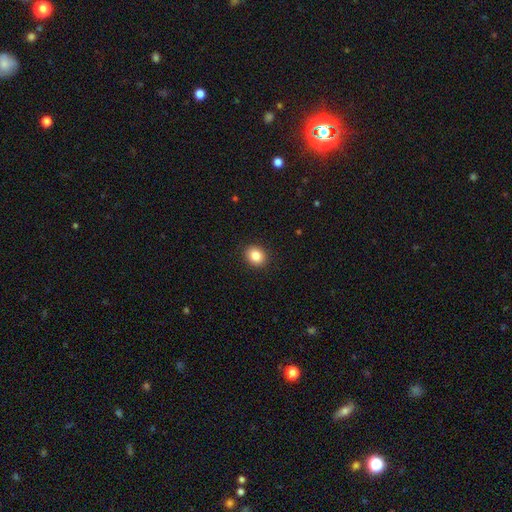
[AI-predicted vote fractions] Q: Smooth or featured?
A: smooth (84%); runner-up: star or artifact (10%)
Q: How rounded?
A: round (63%); runner-up: in between (36%)
Q: Merging?
A: none (91%); runner-up: minor disturbance (6%)